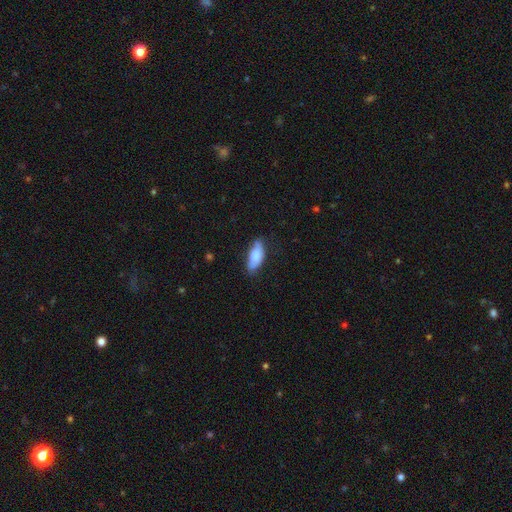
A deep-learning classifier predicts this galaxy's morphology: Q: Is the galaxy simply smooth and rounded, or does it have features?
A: smooth — 78%.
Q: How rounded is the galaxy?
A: in between — 81%.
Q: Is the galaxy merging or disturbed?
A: none — 64%.